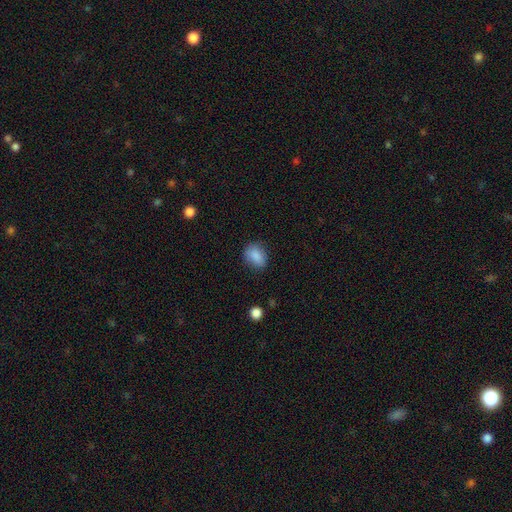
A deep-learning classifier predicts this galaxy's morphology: This is clearly a smooth galaxy (86%). How rounded: likely in between (65%). Merging: likely none (76%).